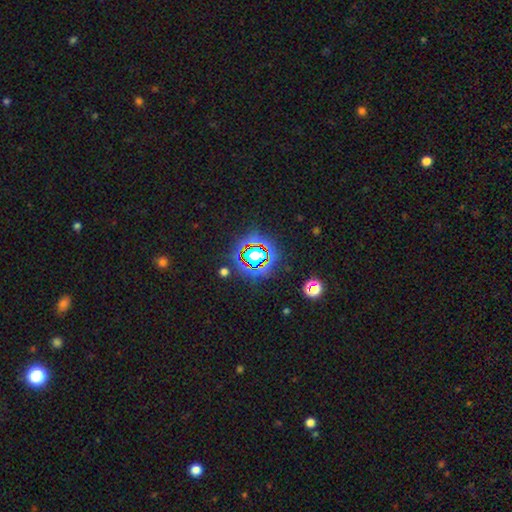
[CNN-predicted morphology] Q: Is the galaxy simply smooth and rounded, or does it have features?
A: star or artifact — 68%.